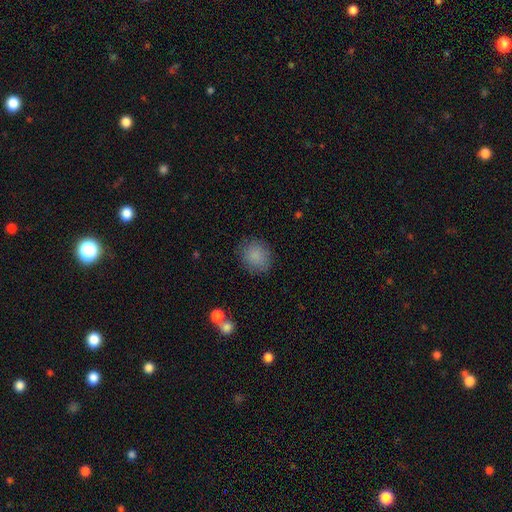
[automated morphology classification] Smooth or featured: smooth — 86% (star or artifact — 9%)
How rounded: round — 79% (in between — 20%)
Merging: none — 84% (minor disturbance — 11%)